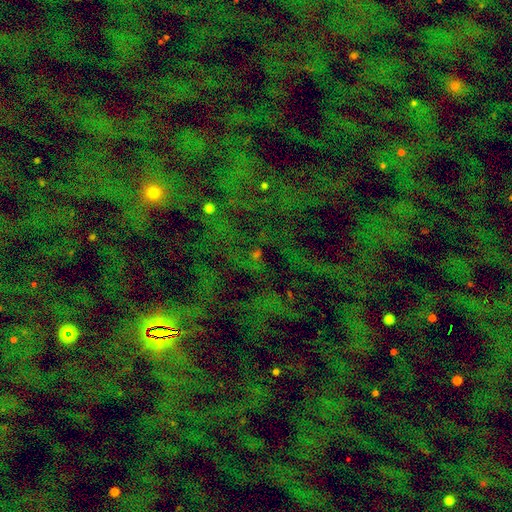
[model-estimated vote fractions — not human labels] Overall: star or artifact (73%).